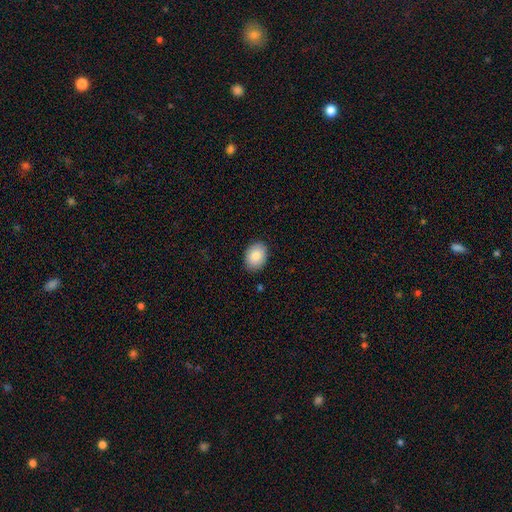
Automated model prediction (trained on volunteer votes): smooth 84%, featured or disk 9%, star or artifact 7%. Down the decision tree: how rounded — in between (71%); merging — none (88%).